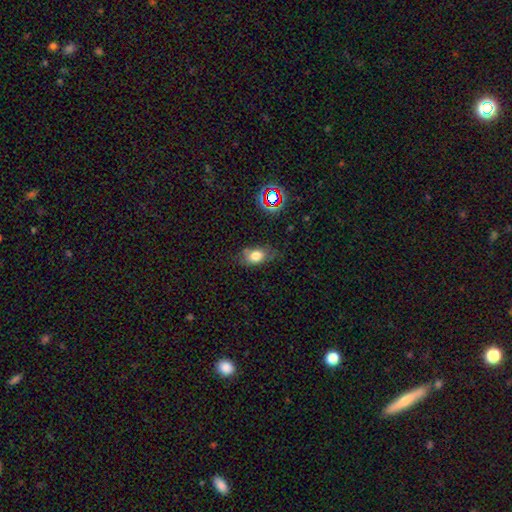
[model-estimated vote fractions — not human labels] A smooth galaxy with no disk features (74%) that is in between round and cigar-shaped (82%). Merging: none (65%).